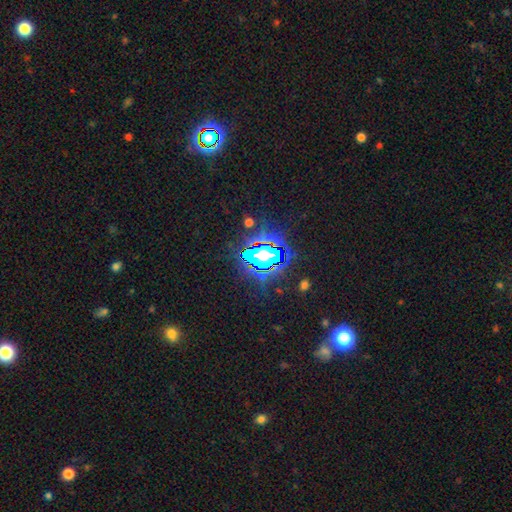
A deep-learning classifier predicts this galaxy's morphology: This is clearly a star or artifact rather than a galaxy (80%).